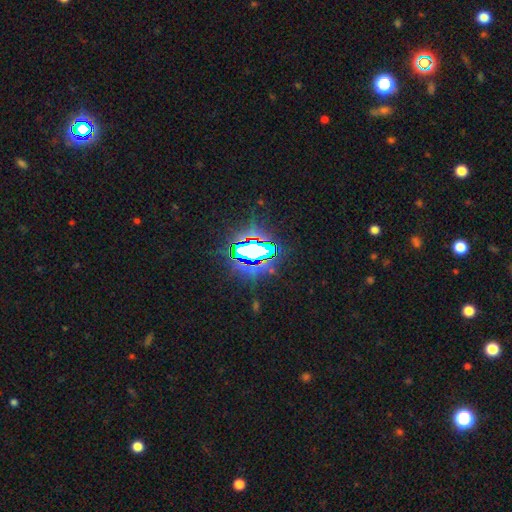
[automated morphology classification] Smooth or featured?
  - star or artifact: 71% *
  - smooth: 16%
  - featured or disk: 13%